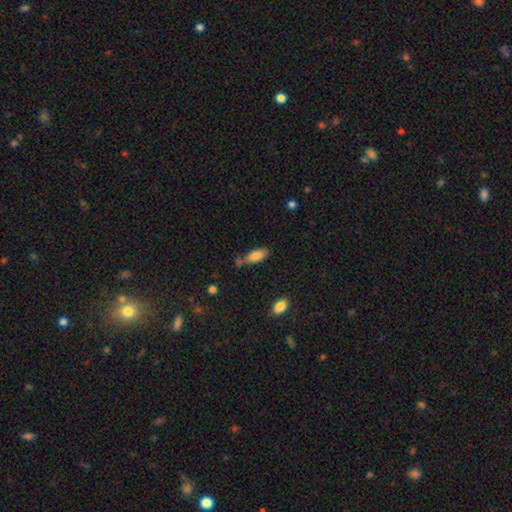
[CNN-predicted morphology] This is clearly a smooth galaxy (82%). How rounded: likely in between (78%). Merging: possibly none (56%).